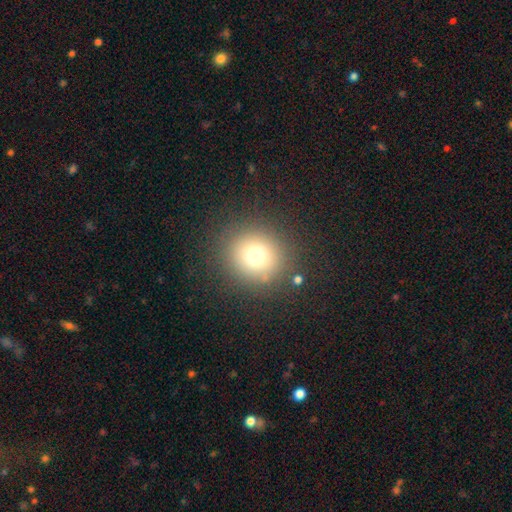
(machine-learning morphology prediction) This is likely a smooth galaxy (72%). How rounded: clearly round (89%). Merging: clearly none (86%).